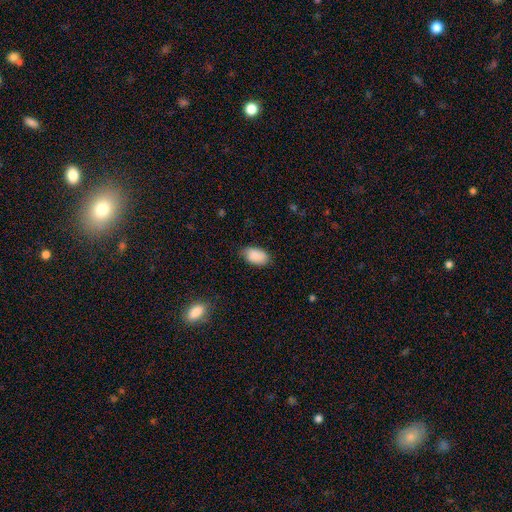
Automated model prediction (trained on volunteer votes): Overall: smooth (88%). How rounded: in between (93%). Merging: none (74%).